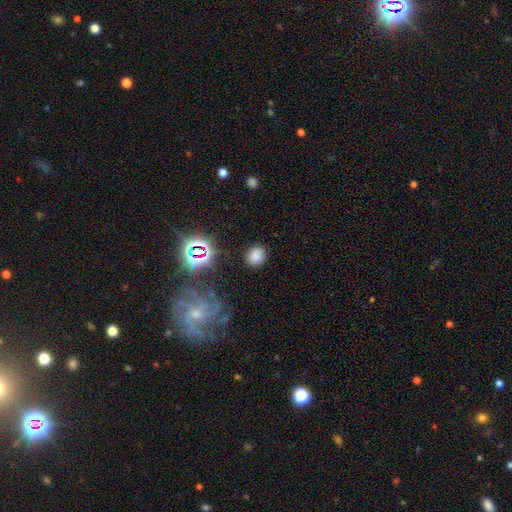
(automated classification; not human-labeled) This appears to be a smooth galaxy with no disk features (74%) that is round (61%). Merging: none (84%).